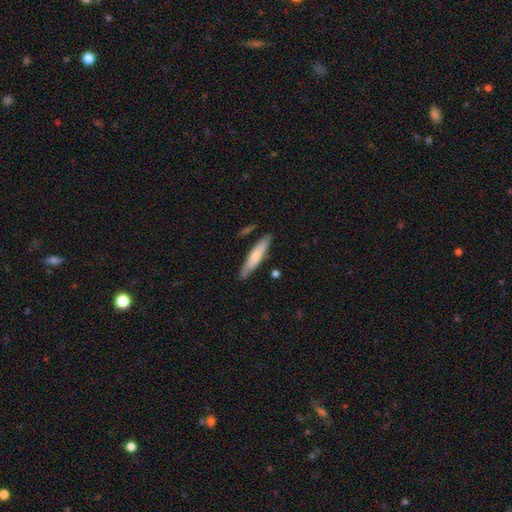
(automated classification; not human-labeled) smooth_or_featured: smooth (p=0.67) [alt: featured or disk p=0.27]
how_rounded: cigar-shaped (p=0.85) [alt: in between p=0.13]
merging: none (p=0.84) [alt: minor disturbance p=0.12]